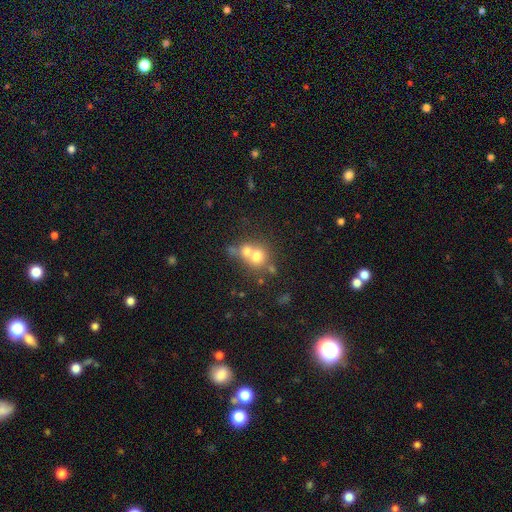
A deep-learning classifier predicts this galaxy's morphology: Smooth or featured? Predicted: smooth (p=0.64). How rounded? Predicted: round (p=0.82). Merging? Predicted: merger (p=0.57).